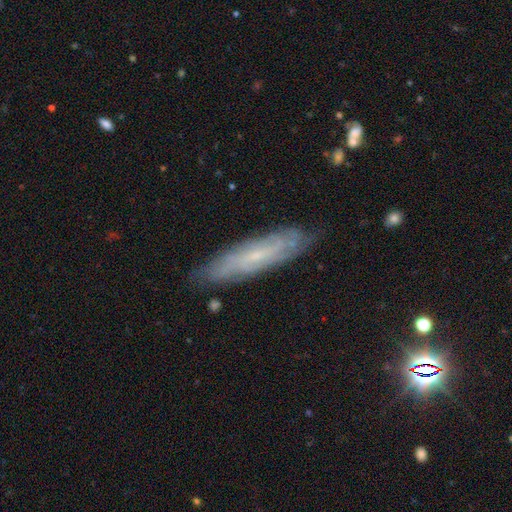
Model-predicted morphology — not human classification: A featured or disk galaxy (64%).

Vote fractions:
- Smooth or featured? featured or disk: 64% / smooth: 27% / star or artifact: 8%
- Edge-on disk? no: 61% / yes: 39%
- Merging? none: 82% / minor disturbance: 14% / major disturbance: 3% / merger: 1%